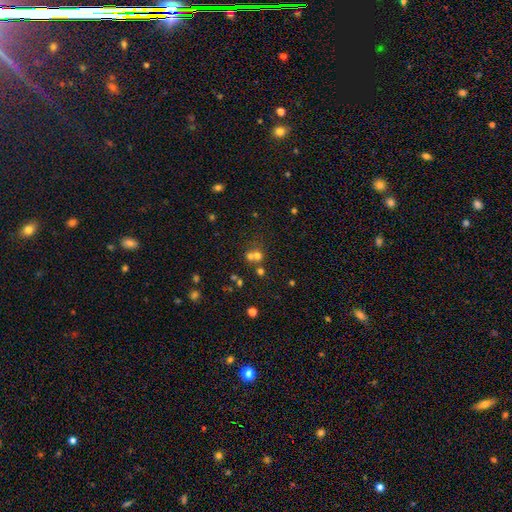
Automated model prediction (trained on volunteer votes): The model was most divided on "merging": merger: 47%, none: 43%, minor disturbance: 6%, major disturbance: 4%. More confident: how rounded — round (84%); smooth or featured — smooth (58%).